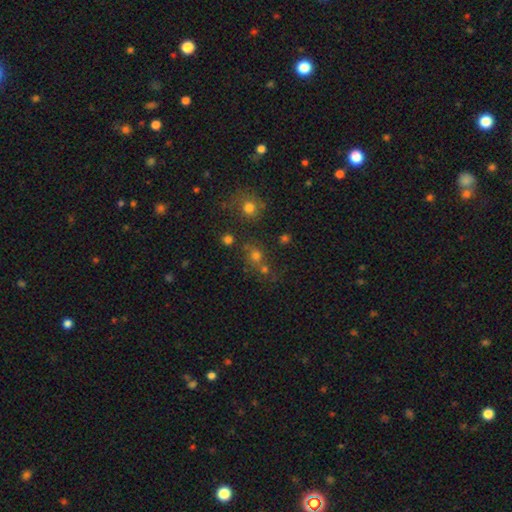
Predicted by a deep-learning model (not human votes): Smooth or featured? Predicted: smooth (p=0.62). How rounded? Predicted: round (p=0.83). Merging? Predicted: none (p=0.60).